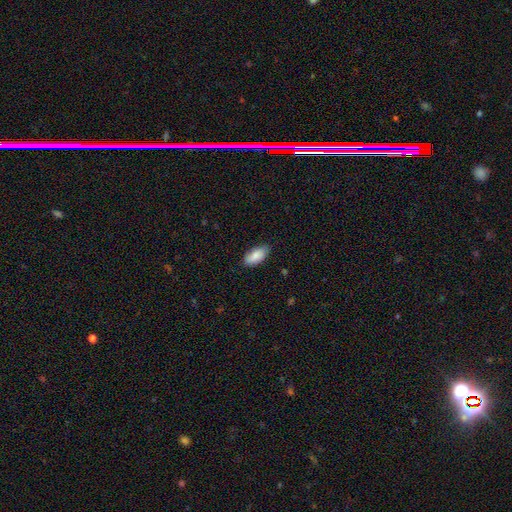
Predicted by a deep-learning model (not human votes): Morphology: type=smooth (83%); roundness=in between (92%); merging=none (81%).